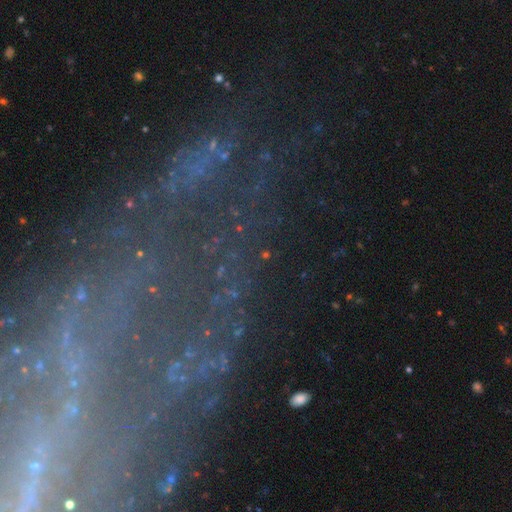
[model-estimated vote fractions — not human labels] smooth-or-featured: featured or disk: 47% | star or artifact: 40% | smooth: 14%
  merging: none: 62% | major disturbance: 16% | minor disturbance: 15% | merger: 7%